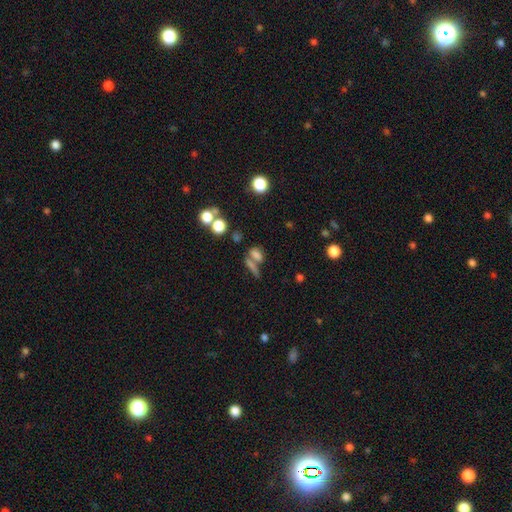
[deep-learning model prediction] Smooth or featured?
  - smooth: 64% *
  - star or artifact: 19%
  - featured or disk: 17%
How rounded?
  - in between: 50% *
  - round: 26%
  - cigar-shaped: 23%
Merging?
  - none: 44% *
  - merger: 37%
  - minor disturbance: 11%
  - major disturbance: 8%